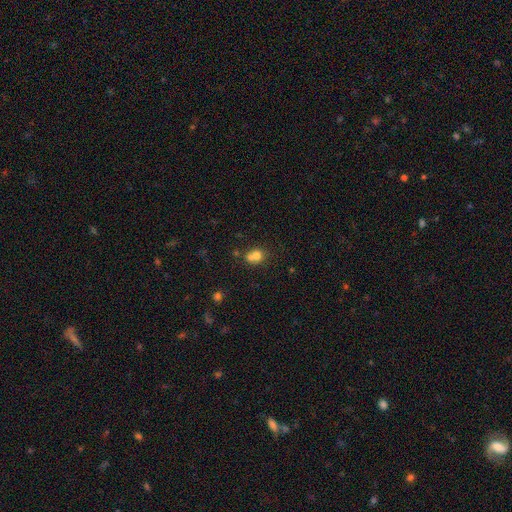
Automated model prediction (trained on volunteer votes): Q: Smooth or featured?
A: smooth (72%); runner-up: featured or disk (15%)
Q: How rounded?
A: round (77%); runner-up: in between (22%)
Q: Merging?
A: merger (52%); runner-up: none (37%)